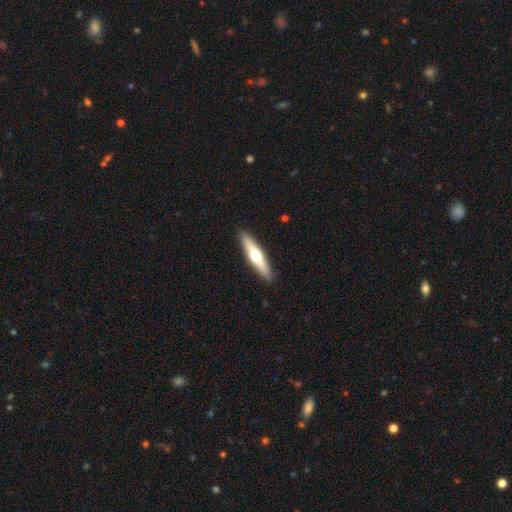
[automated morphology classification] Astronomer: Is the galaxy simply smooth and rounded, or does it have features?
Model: featured or disk — 48% (runner-up: smooth, 47%).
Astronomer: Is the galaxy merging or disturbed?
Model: none — 91%.